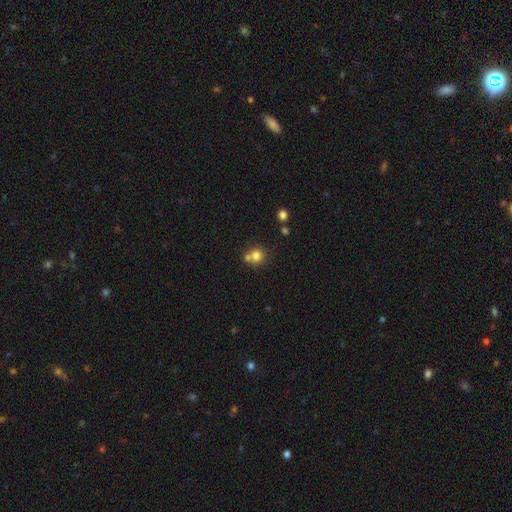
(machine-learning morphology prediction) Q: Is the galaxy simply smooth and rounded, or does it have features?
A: smooth — 76%.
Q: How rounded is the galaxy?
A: round — 84%.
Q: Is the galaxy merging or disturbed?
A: none — 47%.